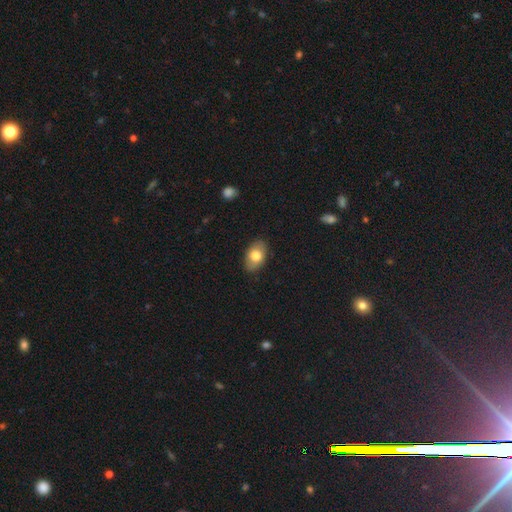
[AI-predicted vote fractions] smooth-or-featured: smooth: 76% | featured or disk: 18% | star or artifact: 7%
  how-rounded: in between: 90% | round: 9% | cigar-shaped: 1%
  merging: none: 84% | minor disturbance: 13% | major disturbance: 2% | merger: 1%